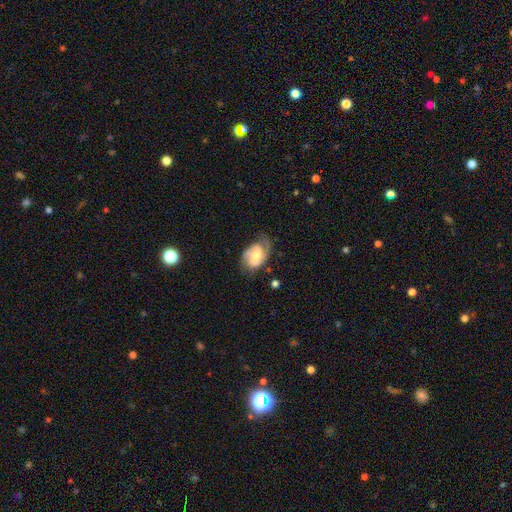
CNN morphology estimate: A featured or disk galaxy (72%) with a weak bar (45%), 2 (77%) medium (45%) spiral arms (93%) and a moderate central bulge (44%).

Vote fractions:
- Smooth or featured? featured or disk: 72% / smooth: 21% / star or artifact: 6%
- Edge-on disk? no: 97% / yes: 3%
- Bar? weak: 45% / no: 39% / strong: 15%
- Spiral arms? yes: 93% / no: 7%
- Spiral winding? medium: 45% / tight: 38% / loose: 17%
- Spiral arm count? 2: 77% / can't tell: 9% / 1: 9% / 3: 3% / 4: 1% / more than 4: 1%
- Bulge size? moderate: 44% / small: 39% / large: 8% / none: 7% / dominant: 2%
- Merging? none: 63% / minor disturbance: 24% / major disturbance: 11% / merger: 2%